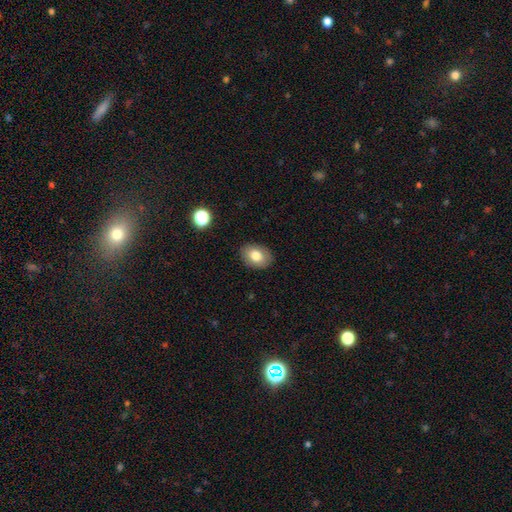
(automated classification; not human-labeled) Overall: smooth (78%). How rounded: in between (72%). Merging: none (86%).